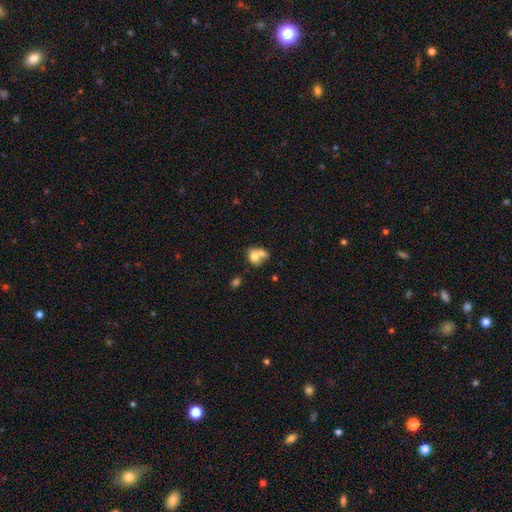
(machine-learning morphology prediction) type=smooth (72%); roundness=in between (55%); merging=merger (57%).